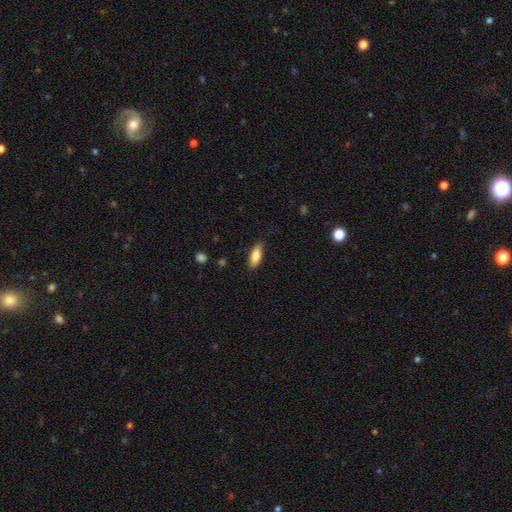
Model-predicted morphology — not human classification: Smooth or featured? smooth (86%)
How rounded? in between (74%)
Merging? none (85%)